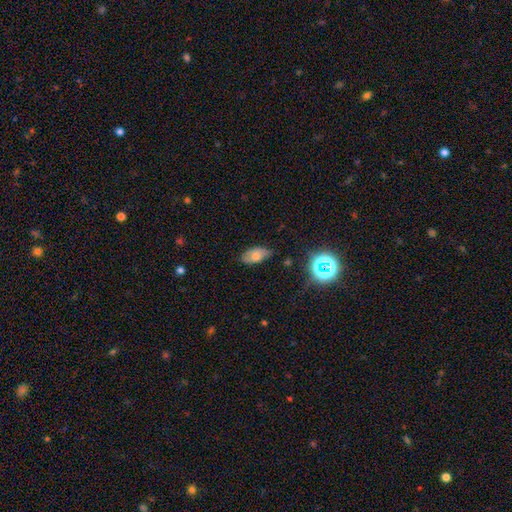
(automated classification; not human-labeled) Q: Smooth or featured?
A: smooth (68%); runner-up: featured or disk (19%)
Q: How rounded?
A: in between (91%); runner-up: round (5%)
Q: Merging?
A: none (75%); runner-up: minor disturbance (20%)